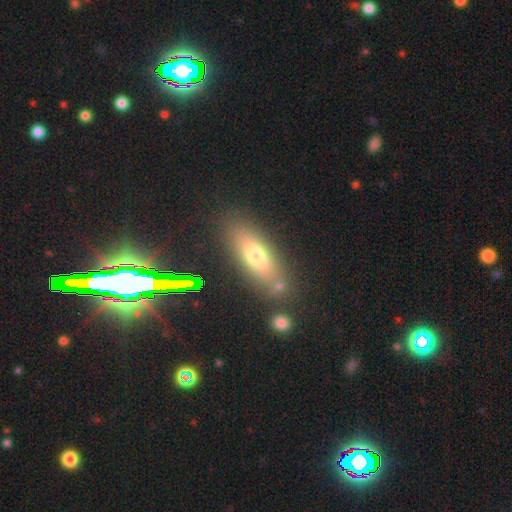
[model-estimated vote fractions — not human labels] smooth_or_featured: smooth (p=0.65) [alt: featured or disk p=0.21]
how_rounded: in between (p=0.65) [alt: cigar-shaped p=0.30]
merging: none (p=0.79) [alt: minor disturbance p=0.11]